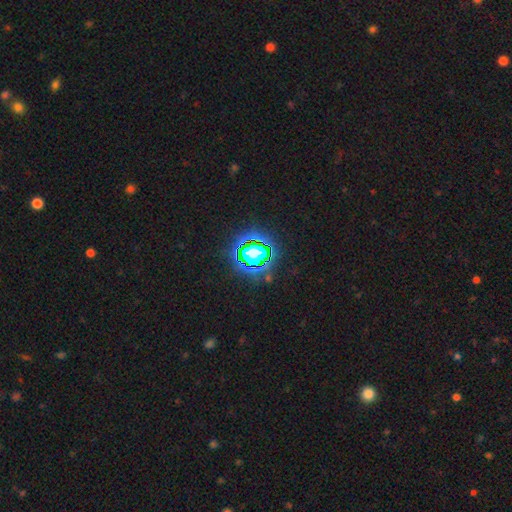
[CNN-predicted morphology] Smooth or featured: star or artifact — 67% (smooth — 21%)